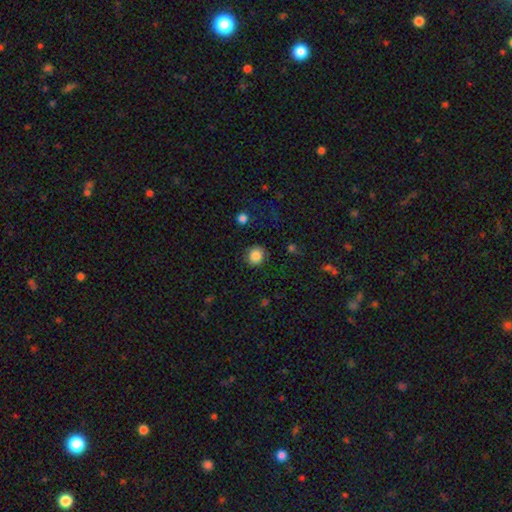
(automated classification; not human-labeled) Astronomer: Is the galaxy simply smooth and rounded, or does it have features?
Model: smooth — 85%.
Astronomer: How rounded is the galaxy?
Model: round — 88%.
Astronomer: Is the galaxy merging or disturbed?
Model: none — 88%.